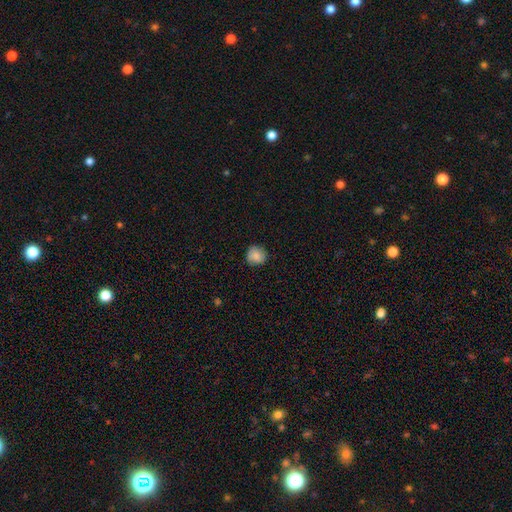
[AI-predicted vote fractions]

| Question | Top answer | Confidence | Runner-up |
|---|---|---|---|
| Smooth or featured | smooth | 86% | star or artifact (8%) |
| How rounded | round | 90% | in between (9%) |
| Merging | none | 85% | minor disturbance (12%) |